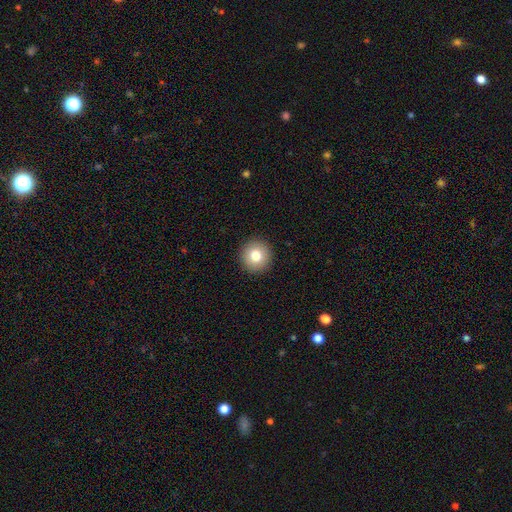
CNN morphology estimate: smooth_or_featured: smooth (p=0.79) [alt: star or artifact p=0.10]
how_rounded: round (p=0.95) [alt: in between p=0.04]
merging: none (p=0.93) [alt: minor disturbance p=0.04]